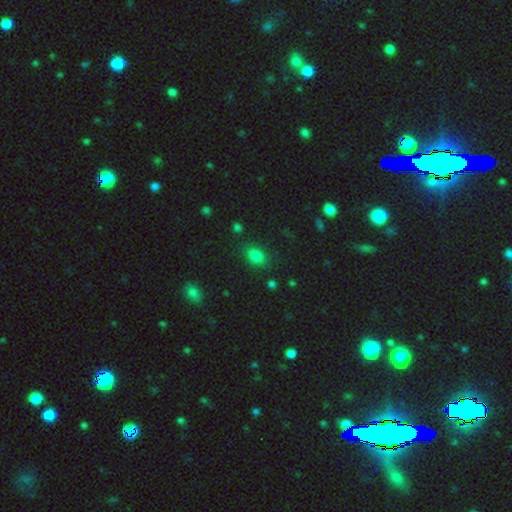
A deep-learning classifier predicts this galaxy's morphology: smooth 77%, star or artifact 16%, featured or disk 7%. Down the decision tree: how rounded — in between (79%); merging — none (80%).